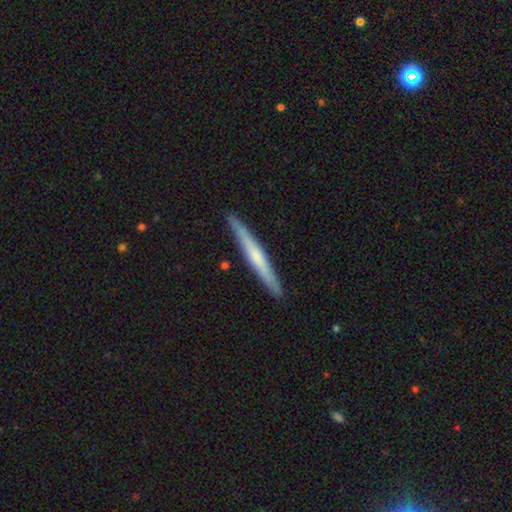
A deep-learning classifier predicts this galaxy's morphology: A featured or disk galaxy (49%).

Vote fractions:
- Smooth or featured? featured or disk: 49% / smooth: 46% / star or artifact: 5%
- Merging? none: 91% / minor disturbance: 7% / major disturbance: 1% / merger: 1%